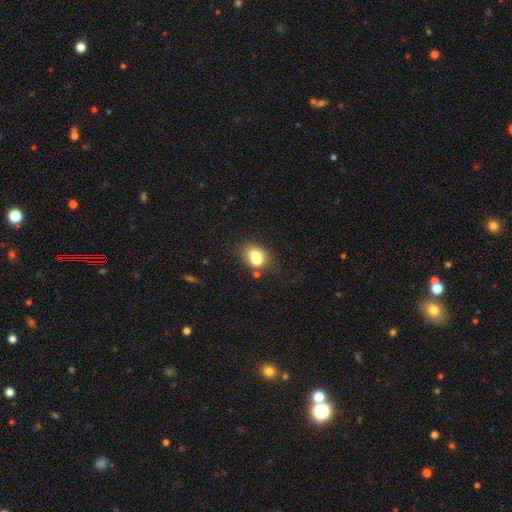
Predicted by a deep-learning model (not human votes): Q: Smooth or featured?
A: smooth (72%); runner-up: featured or disk (15%)
Q: How rounded?
A: in between (58%); runner-up: round (40%)
Q: Merging?
A: none (51%); runner-up: merger (24%)